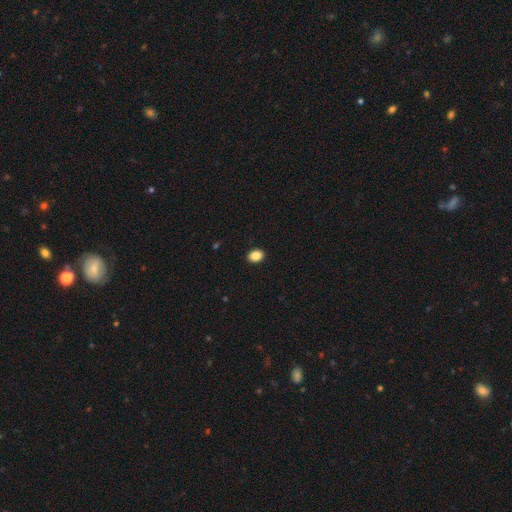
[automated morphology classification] smooth_or_featured: smooth (p=0.87) [alt: star or artifact p=0.09]
how_rounded: in between (p=0.68) [alt: round p=0.31]
merging: none (p=0.91) [alt: minor disturbance p=0.06]